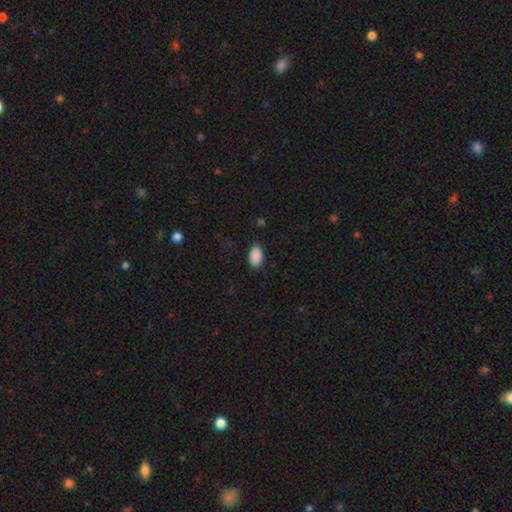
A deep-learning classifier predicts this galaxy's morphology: type=smooth (90%); roundness=in between (94%); merging=none (84%).